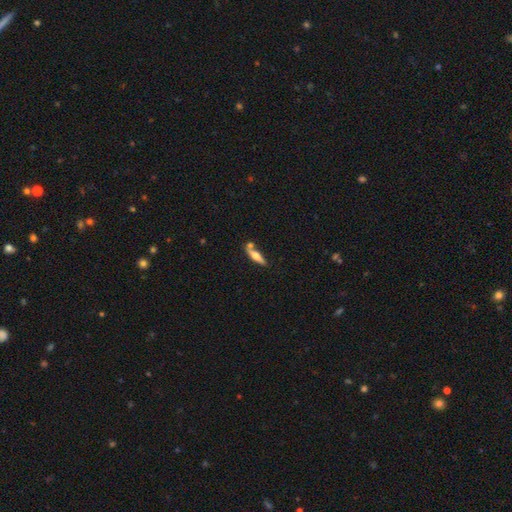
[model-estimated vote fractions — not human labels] A featured or disk galaxy (49%). Merging: none (61%).